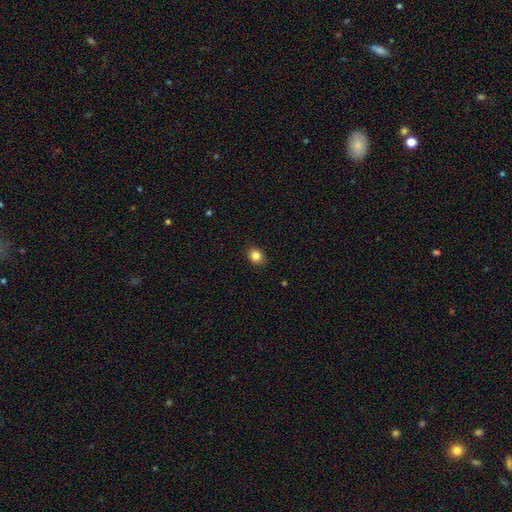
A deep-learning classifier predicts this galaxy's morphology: Smooth or featured? Predicted: smooth (p=0.85). How rounded? Predicted: round (p=0.56). Merging? Predicted: none (p=0.88).